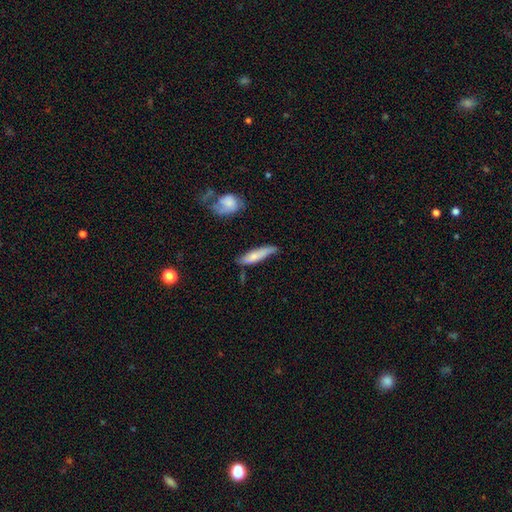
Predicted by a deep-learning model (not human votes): Morphology: type=smooth (67%); roundness=cigar-shaped (72%); merging=none (55%).